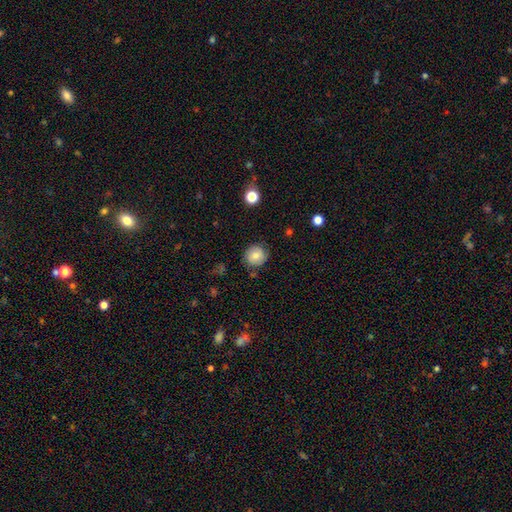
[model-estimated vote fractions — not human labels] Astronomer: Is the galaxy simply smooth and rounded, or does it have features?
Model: smooth — 74%.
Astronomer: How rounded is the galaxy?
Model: round — 90%.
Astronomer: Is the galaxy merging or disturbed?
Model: none — 81%.